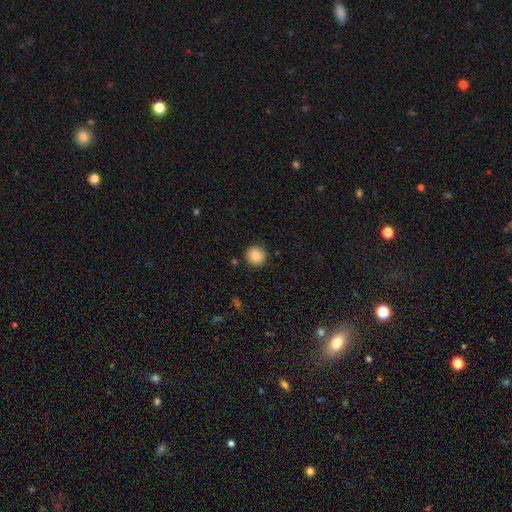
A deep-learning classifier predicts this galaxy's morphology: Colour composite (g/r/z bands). It shows a smooth galaxy with no disk features (86%) that is round (94%). Merging: none (90%).